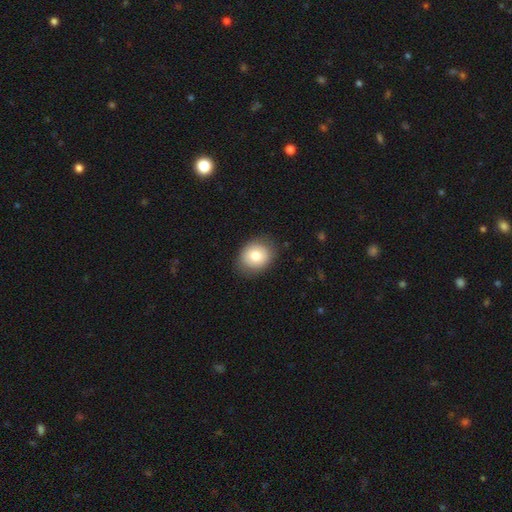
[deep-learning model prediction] The model was most divided on "how rounded": round: 59%, in between: 40%, cigar-shaped: 1%. More confident: merging — none (83%); smooth or featured — smooth (78%).